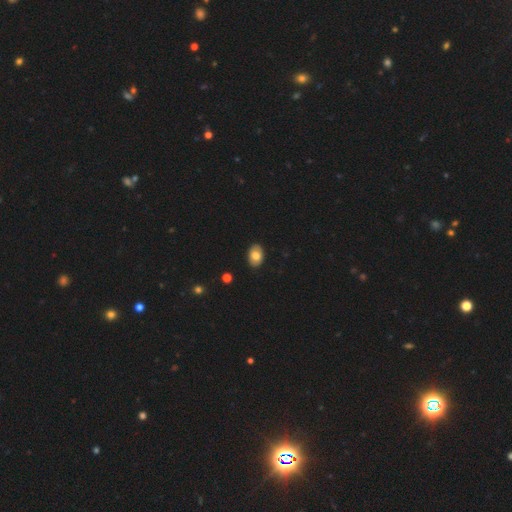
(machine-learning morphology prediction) This is likely a smooth galaxy (77%). How rounded: clearly in between (85%). Merging: clearly none (90%).